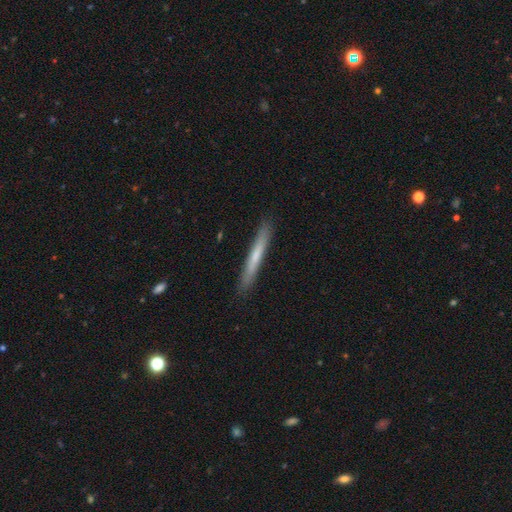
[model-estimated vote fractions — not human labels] A smooth galaxy with no disk features (64%) that is cigar-shaped (96%).

Vote fractions:
- Smooth or featured? smooth: 64% / featured or disk: 31% / star or artifact: 6%
- How rounded? cigar-shaped: 96% / in between: 3% / round: 1%
- Merging? none: 90% / minor disturbance: 8% / major disturbance: 1% / merger: 1%